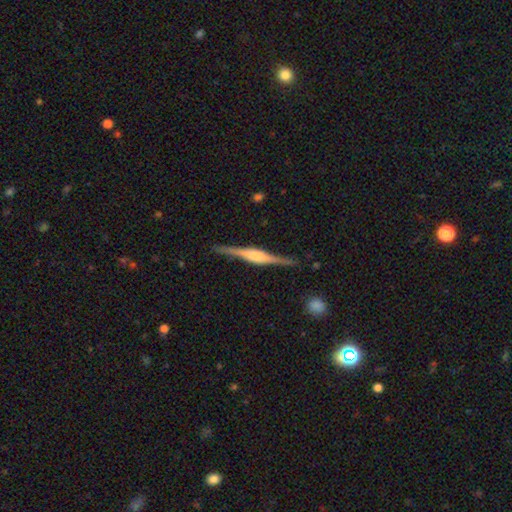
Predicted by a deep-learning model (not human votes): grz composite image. It shows a featured or disk galaxy (83%) viewed edge-on (98%) with a rounded central bulge (64%). Merging: none (88%).